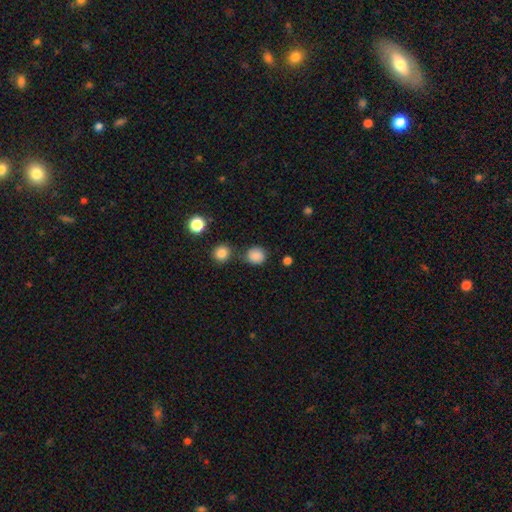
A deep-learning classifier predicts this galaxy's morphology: Smooth or featured? smooth (85%)
How rounded? round (80%)
Merging? none (73%)